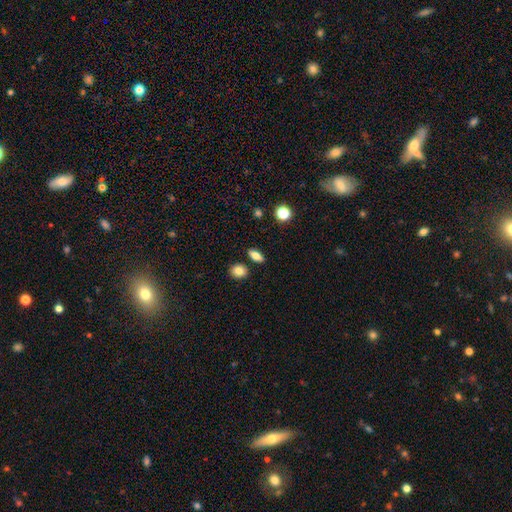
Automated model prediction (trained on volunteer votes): This is likely a smooth galaxy (78%). How rounded: likely in between (72%). Merging: clearly none (84%).